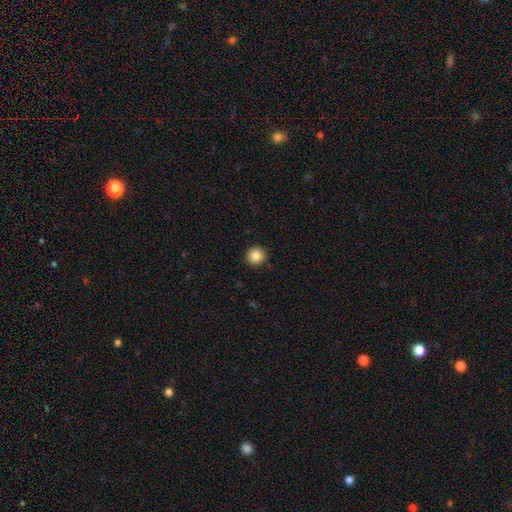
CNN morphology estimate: Smooth or featured?
  - smooth: 86% *
  - star or artifact: 9%
  - featured or disk: 4%
How rounded?
  - round: 94% *
  - in between: 5%
  - cigar-shaped: 1%
Merging?
  - none: 92% *
  - minor disturbance: 5%
  - major disturbance: 2%
  - merger: 1%